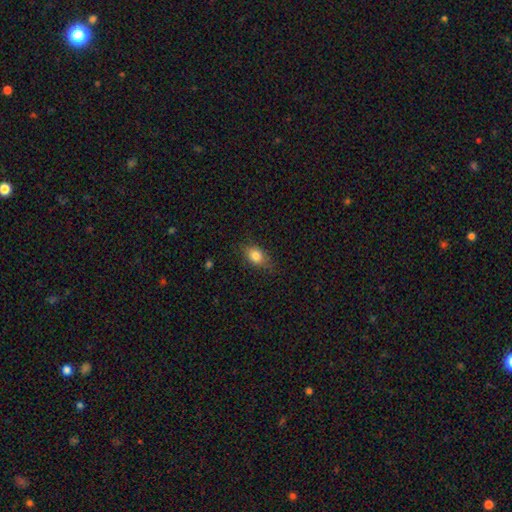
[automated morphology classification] Smooth or featured? Predicted: smooth (p=0.80). How rounded? Predicted: in between (p=0.75). Merging? Predicted: none (p=0.76).